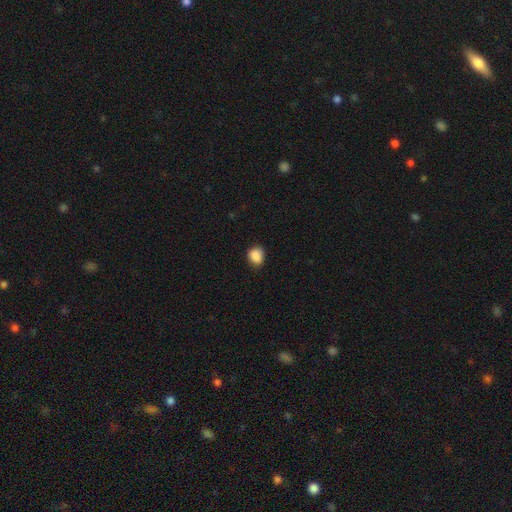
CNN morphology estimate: Overall: smooth (88%). How rounded: round (63%; in between 35%). Merging: none (77%).